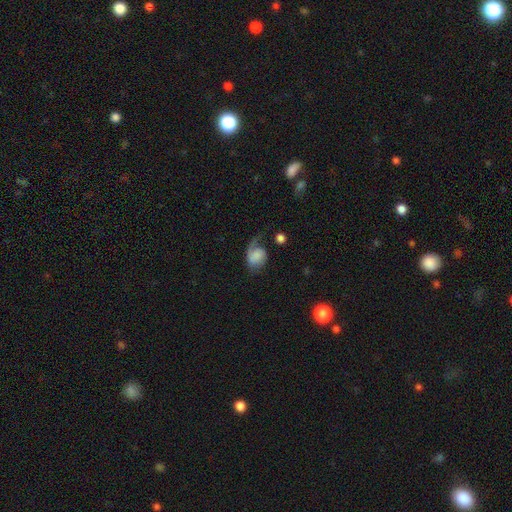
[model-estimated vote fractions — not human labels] A smooth galaxy with no disk features (47%). Merging: major disturbance (38%).